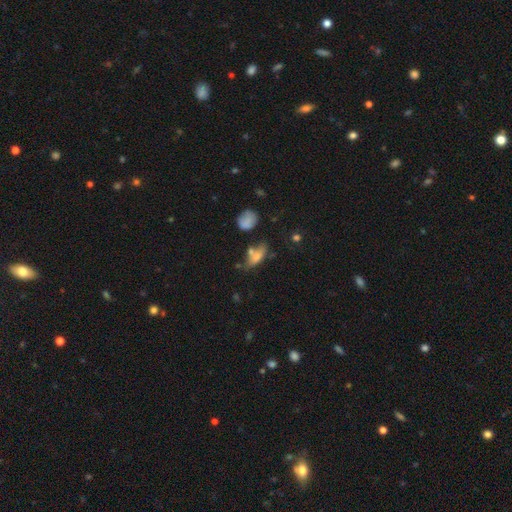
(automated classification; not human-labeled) smooth_or_featured: smooth (p=0.66) [alt: featured or disk p=0.23]
how_rounded: in between (p=0.67) [alt: cigar-shaped p=0.27]
merging: none (p=0.47) [alt: minor disturbance p=0.23]